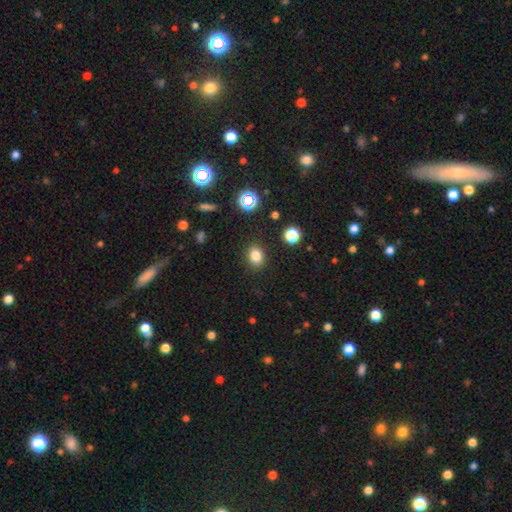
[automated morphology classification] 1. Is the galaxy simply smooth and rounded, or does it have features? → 80% smooth, 14% star or artifact, 6% featured or disk.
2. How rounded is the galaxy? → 58% in between, 41% round, 1% cigar-shaped.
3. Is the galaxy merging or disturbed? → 87% none, 8% minor disturbance, 3% major disturbance, 2% merger.